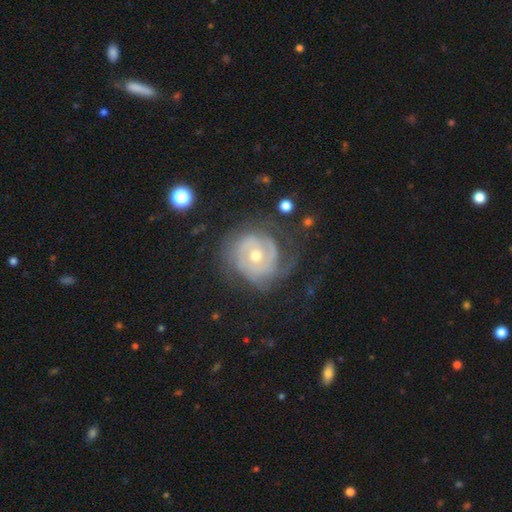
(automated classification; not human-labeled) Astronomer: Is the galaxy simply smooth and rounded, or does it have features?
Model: featured or disk — 84%.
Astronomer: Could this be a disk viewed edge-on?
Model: no — 98%.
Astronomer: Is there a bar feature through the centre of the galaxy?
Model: no — 76%.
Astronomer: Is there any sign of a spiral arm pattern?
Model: yes — 91%.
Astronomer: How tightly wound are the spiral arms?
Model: tight — 71%.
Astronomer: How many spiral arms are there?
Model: can't tell — 34% (runner-up: 2, 28%).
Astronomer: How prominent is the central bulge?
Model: moderate — 60% (runner-up: small, 36%).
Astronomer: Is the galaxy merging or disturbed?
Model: none — 62%.